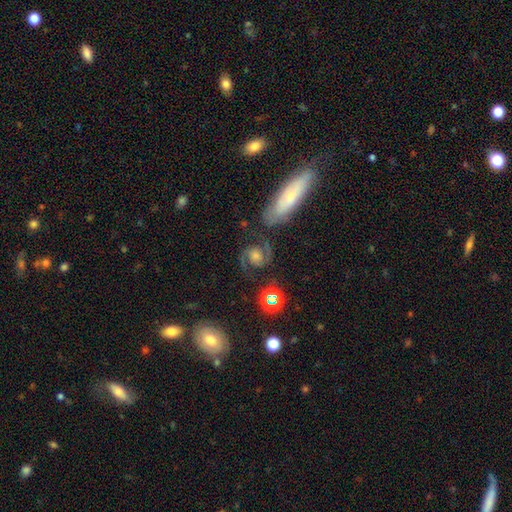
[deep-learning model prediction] Morphology: type=featured or disk (79%); edge-on=no (96%); bar=no (58%); spiral arms=yes (96%); winding=medium (55%); arm count=2 (91%); bulge=moderate (46%); merging=none (72%).